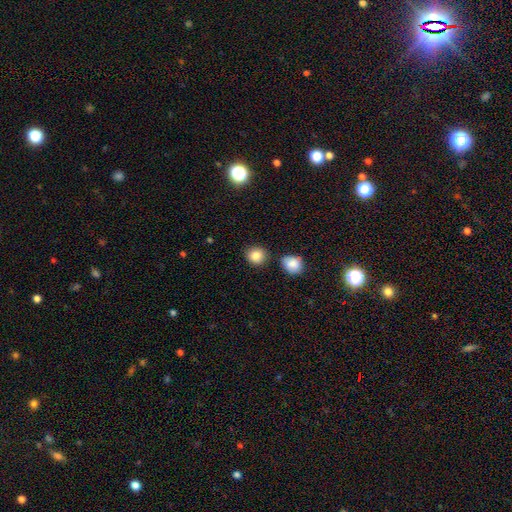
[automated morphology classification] The model was most divided on "how rounded": round: 82%, in between: 17%, cigar-shaped: 1%. More confident: smooth or featured — smooth (85%); merging — none (83%).